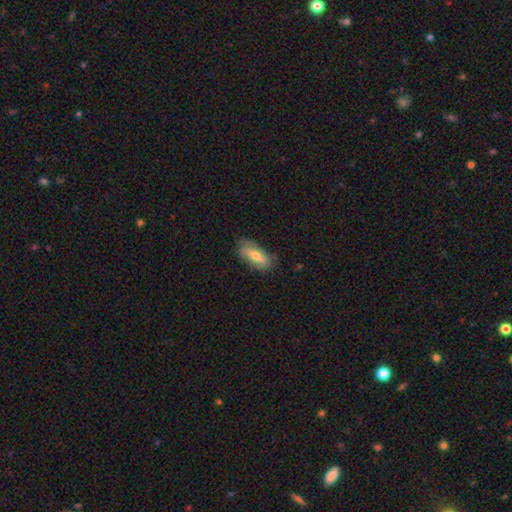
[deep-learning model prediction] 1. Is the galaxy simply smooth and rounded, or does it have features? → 53% smooth, 41% featured or disk, 7% star or artifact.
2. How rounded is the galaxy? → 76% in between, 20% cigar-shaped, 3% round.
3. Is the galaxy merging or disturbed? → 75% none, 19% minor disturbance, 5% major disturbance, 1% merger.